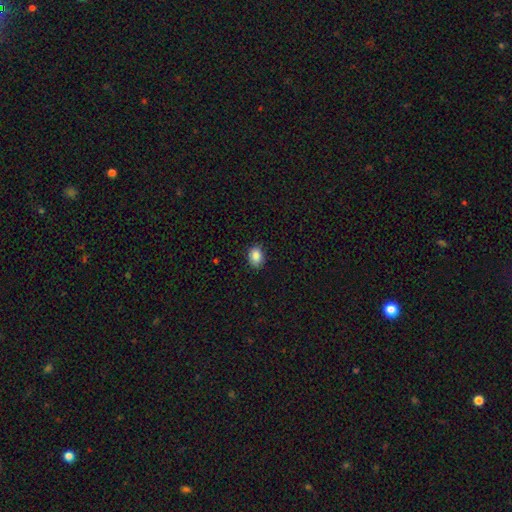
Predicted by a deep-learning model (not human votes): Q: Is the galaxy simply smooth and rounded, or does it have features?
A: smooth — 88%.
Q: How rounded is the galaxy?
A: in between — 70%.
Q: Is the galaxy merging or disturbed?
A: none — 85%.